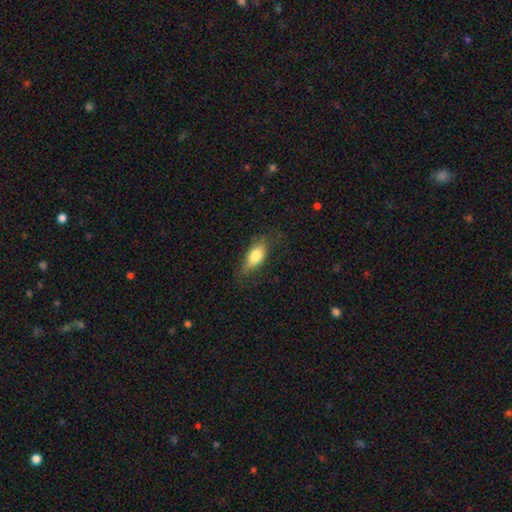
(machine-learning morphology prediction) type=smooth (75%); roundness=in between (79%); merging=none (72%).